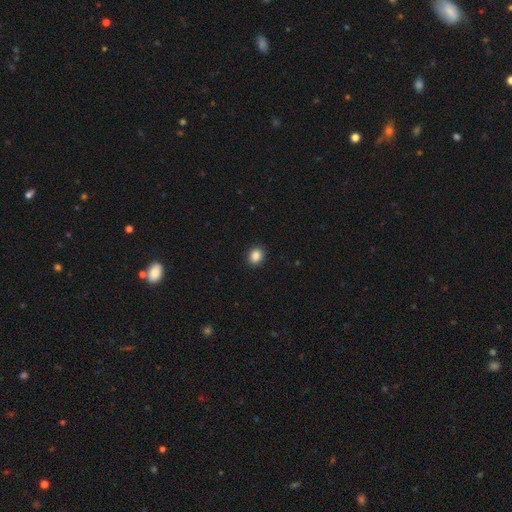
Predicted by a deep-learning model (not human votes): This is clearly a smooth galaxy (87%). How rounded: possibly round (56%). Merging: clearly none (92%).